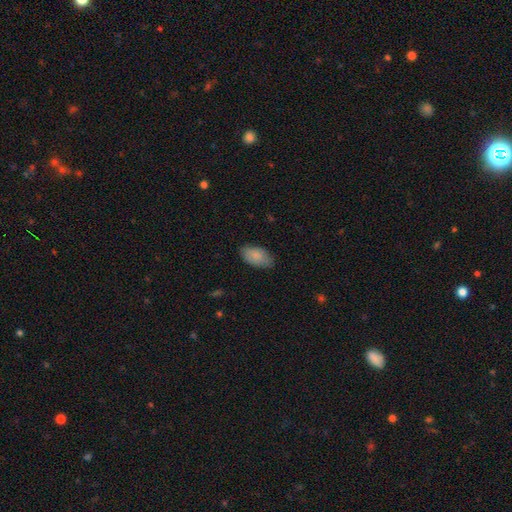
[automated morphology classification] Smooth or featured? Predicted: smooth (p=0.84). How rounded? Predicted: in between (p=0.94). Merging? Predicted: none (p=0.78).